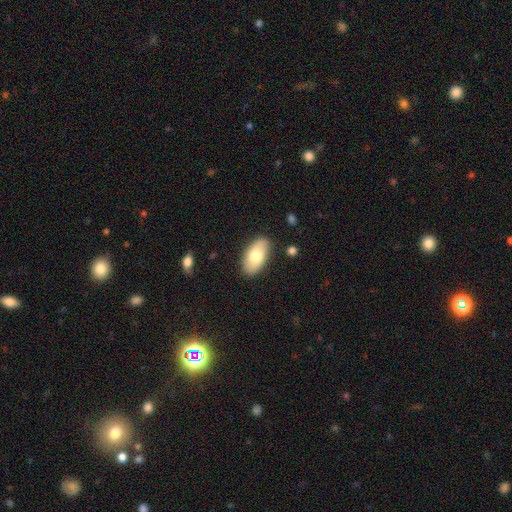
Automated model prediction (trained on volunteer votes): Smooth or featured? smooth (74%)
How rounded? in between (94%)
Merging? none (87%)